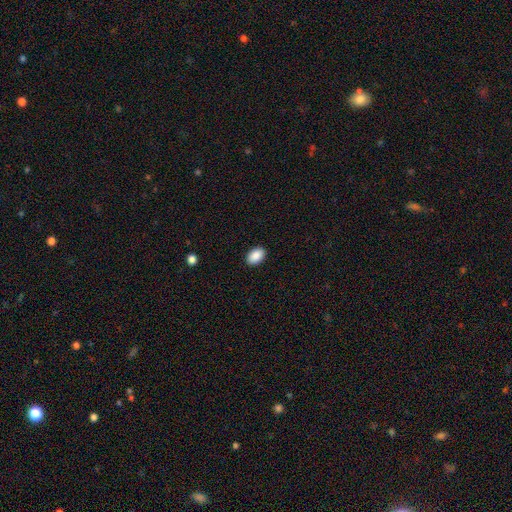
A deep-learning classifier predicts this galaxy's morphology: This is clearly a smooth galaxy (90%). How rounded: clearly in between (90%). Merging: clearly none (90%).